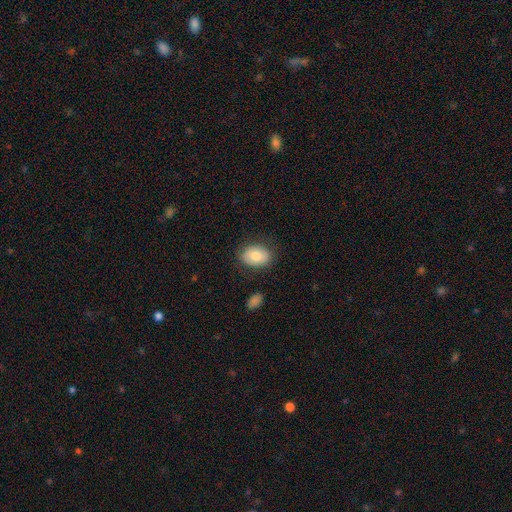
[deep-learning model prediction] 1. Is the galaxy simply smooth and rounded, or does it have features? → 78% smooth, 15% featured or disk, 7% star or artifact.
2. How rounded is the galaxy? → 79% in between, 20% round, 1% cigar-shaped.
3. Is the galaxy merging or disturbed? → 81% none, 14% minor disturbance, 4% major disturbance, 2% merger.